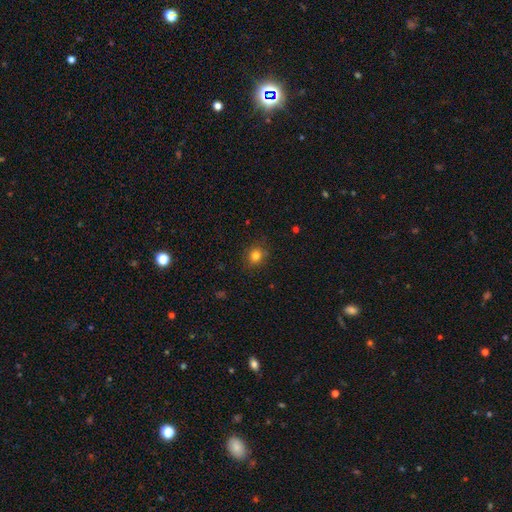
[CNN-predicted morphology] smooth 81%, star or artifact 13%, featured or disk 6%. Down the decision tree: how rounded — round (82%); merging — none (85%).